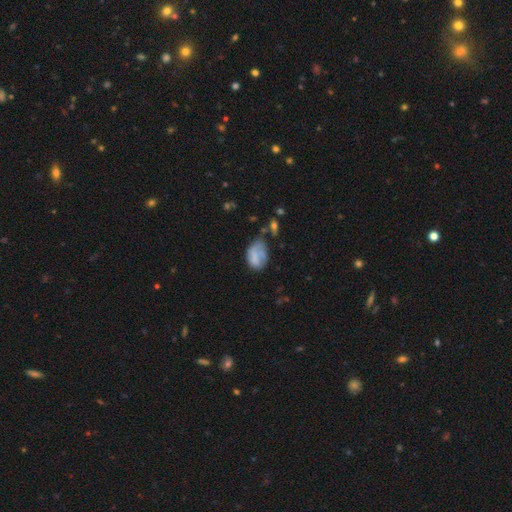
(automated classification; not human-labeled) A smooth galaxy with no disk features (66%) that is in between round and cigar-shaped (79%).

Vote fractions:
- Smooth or featured? smooth: 66% / featured or disk: 25% / star or artifact: 9%
- How rounded? in between: 79% / round: 19% / cigar-shaped: 2%
- Merging? none: 36% / minor disturbance: 33% / major disturbance: 25% / merger: 6%